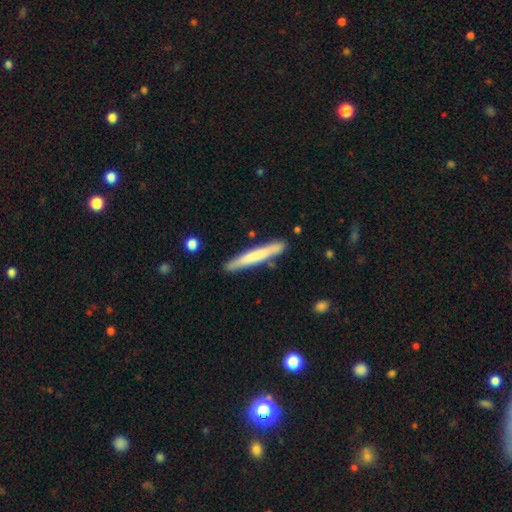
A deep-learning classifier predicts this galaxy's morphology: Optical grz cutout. It shows a smooth galaxy with no disk features (63%) that is cigar-shaped (96%). Merging: none (85%).